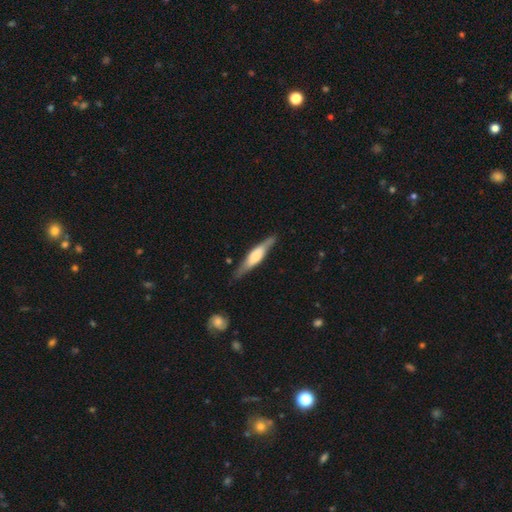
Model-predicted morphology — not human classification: smooth_or_featured: featured or disk (p=0.55) [alt: smooth p=0.40]
disk_edge_on: yes (p=0.92) [alt: no p=0.08]
edge_on_bulge: rounded (p=0.57) [alt: boxy p=0.35]
merging: none (p=0.83) [alt: minor disturbance p=0.13]